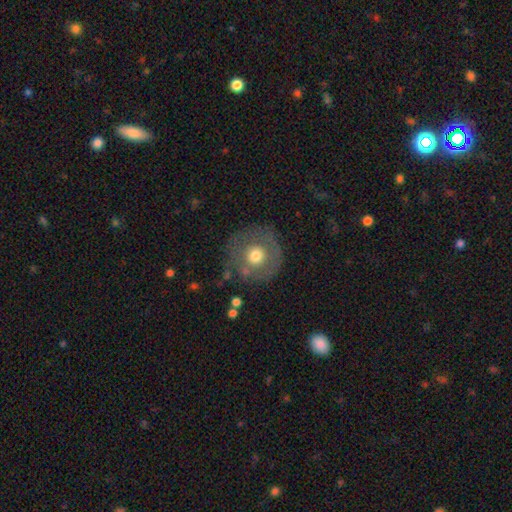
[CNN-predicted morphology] type=featured or disk (46%); merging=none (78%).